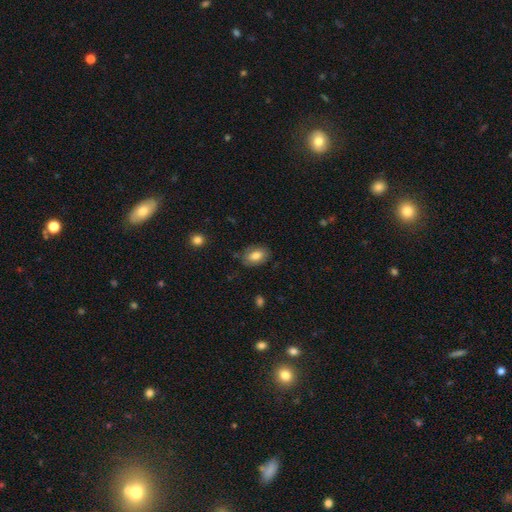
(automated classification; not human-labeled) This appears to be a smooth galaxy with no disk features (77%) that is in between round and cigar-shaped (88%). Merging: none (79%).